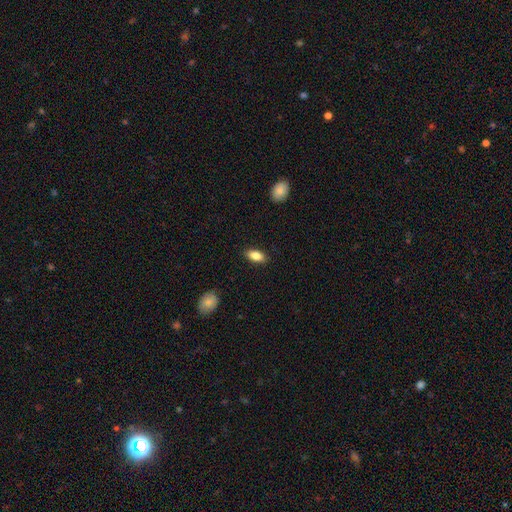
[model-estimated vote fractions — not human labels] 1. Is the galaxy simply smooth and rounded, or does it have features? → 85% smooth, 8% featured or disk, 7% star or artifact.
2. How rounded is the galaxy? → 89% in between, 8% cigar-shaped, 3% round.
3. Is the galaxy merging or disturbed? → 88% none, 9% minor disturbance, 2% major disturbance, 1% merger.